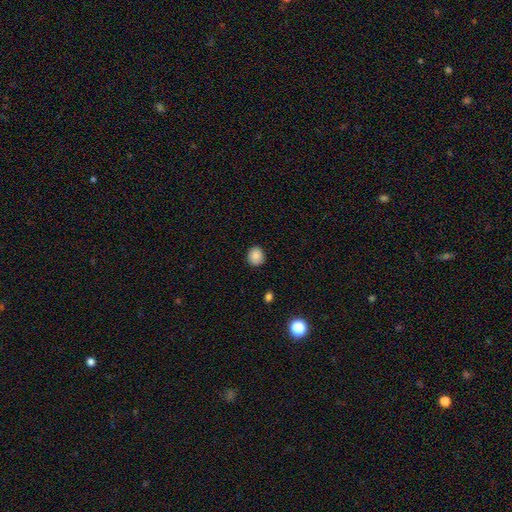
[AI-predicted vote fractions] Morphology: type=smooth (87%); roundness=round (81%); merging=none (90%).